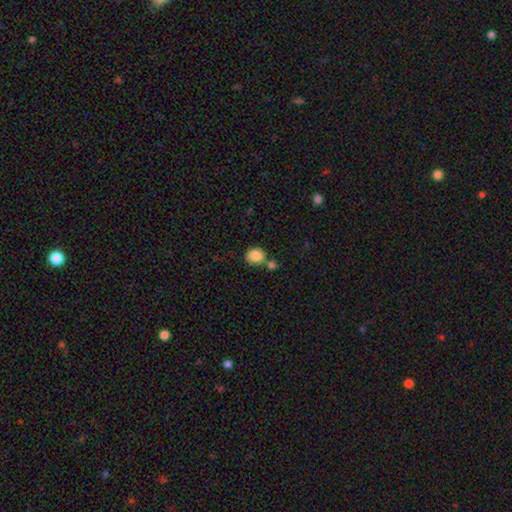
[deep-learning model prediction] Smooth or featured? Predicted: smooth (p=0.87). How rounded? Predicted: round (p=0.61). Merging? Predicted: none (p=0.60).